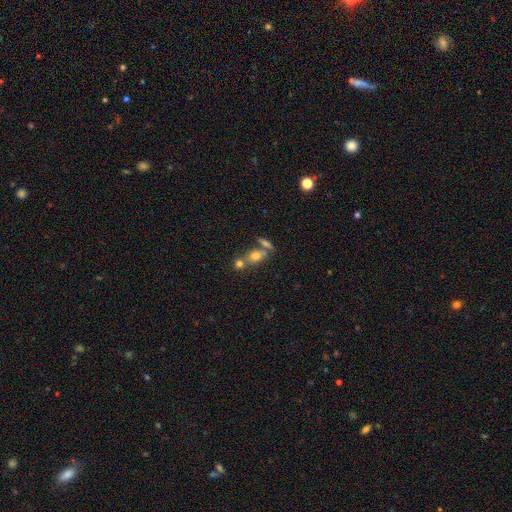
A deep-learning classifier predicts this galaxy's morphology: Smooth or featured: smooth — 71% (featured or disk — 17%)
How rounded: in between — 54% (round — 39%)
Merging: none — 45% (merger — 41%)